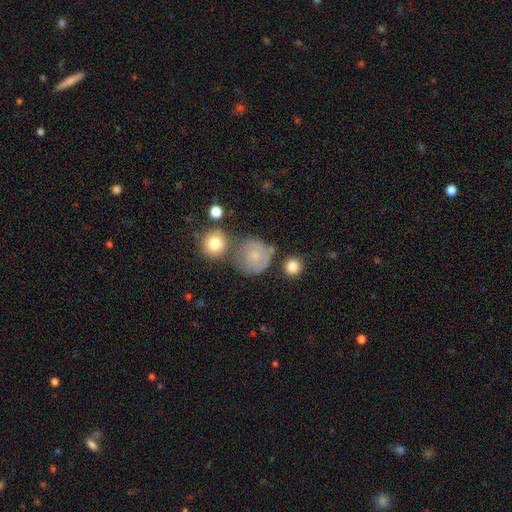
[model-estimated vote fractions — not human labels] smooth-or-featured: smooth: 54% | featured or disk: 36% | star or artifact: 10%
  how-rounded: round: 87% | in between: 12% | cigar-shaped: 1%
  merging: none: 57% | minor disturbance: 21% | merger: 12% | major disturbance: 10%